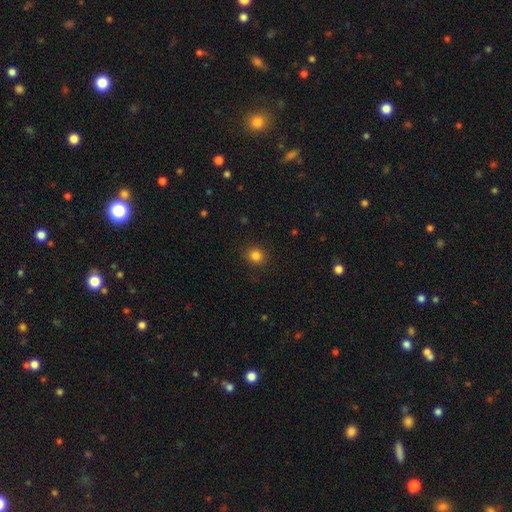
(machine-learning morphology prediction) Overall: smooth (83%). How rounded: round (86%). Merging: none (90%).